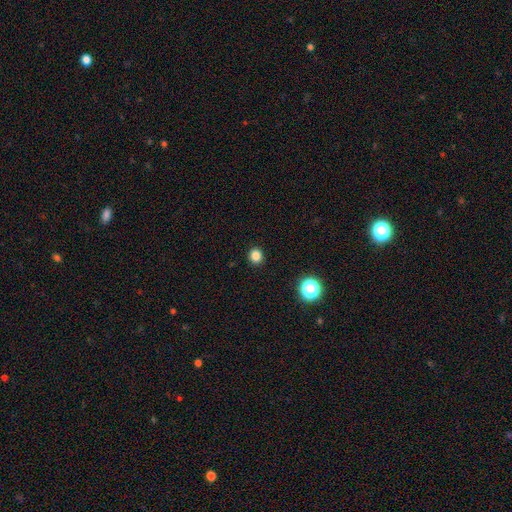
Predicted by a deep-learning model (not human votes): This is clearly a smooth galaxy (83%). How rounded: clearly round (87%). Merging: clearly none (92%).